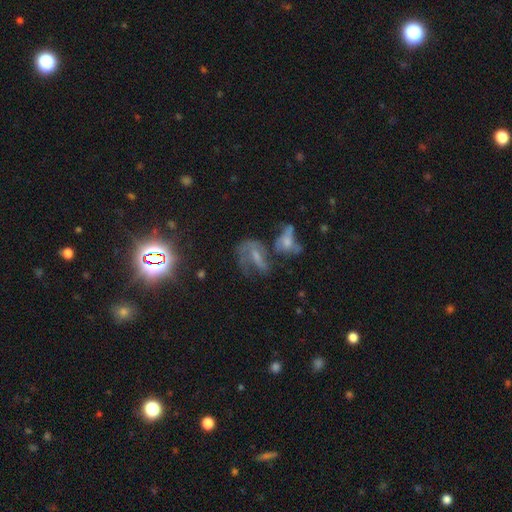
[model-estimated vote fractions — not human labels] Smooth or featured: featured or disk — 57% (smooth — 24%)
Edge-on disk: no — 95% (yes — 5%)
Bar: no — 42% (weak — 40%)
Spiral arms: yes — 67% (no — 33%)
Bulge size: small — 39% (moderate — 34%)
Merging: merger — 32% (major disturbance — 26%)